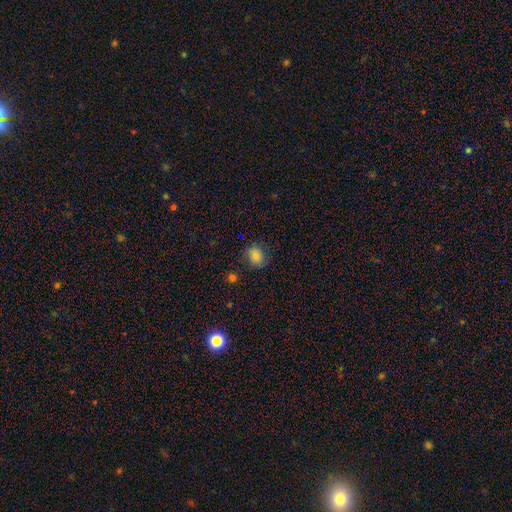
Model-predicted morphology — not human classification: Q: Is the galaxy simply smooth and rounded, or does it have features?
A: smooth — 79%.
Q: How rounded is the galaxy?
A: round — 59%.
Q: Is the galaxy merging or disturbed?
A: none — 79%.